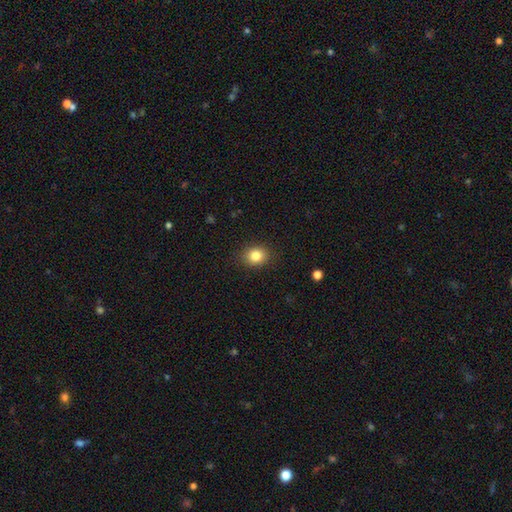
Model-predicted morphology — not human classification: This appears to be a smooth galaxy with no disk features (83%) that is round (62%). Merging: none (88%).